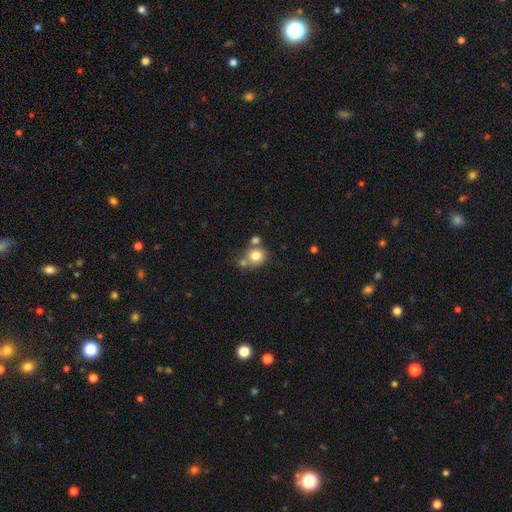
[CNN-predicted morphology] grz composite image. It shows a smooth galaxy with no disk features (77%) that is round (76%). Merging: none (55%).